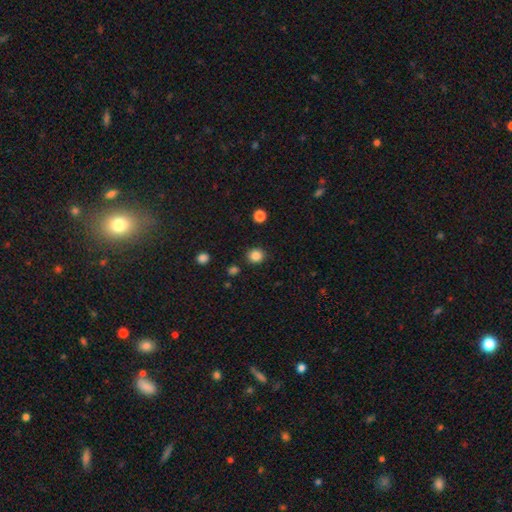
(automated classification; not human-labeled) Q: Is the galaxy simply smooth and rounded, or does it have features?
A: smooth — 85%.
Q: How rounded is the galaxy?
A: round — 86%.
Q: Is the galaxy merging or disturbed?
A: none — 88%.